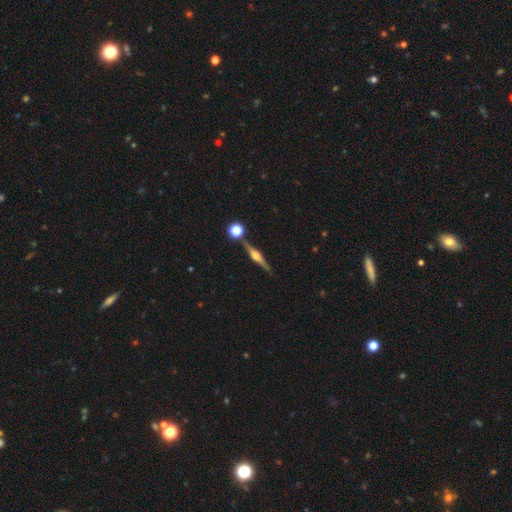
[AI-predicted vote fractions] Smooth or featured: featured or disk — 79% (smooth — 13%)
Edge-on disk: yes — 98% (no — 2%)
Edge-on bulge: rounded — 88% (boxy — 9%)
Merging: none — 84% (minor disturbance — 8%)